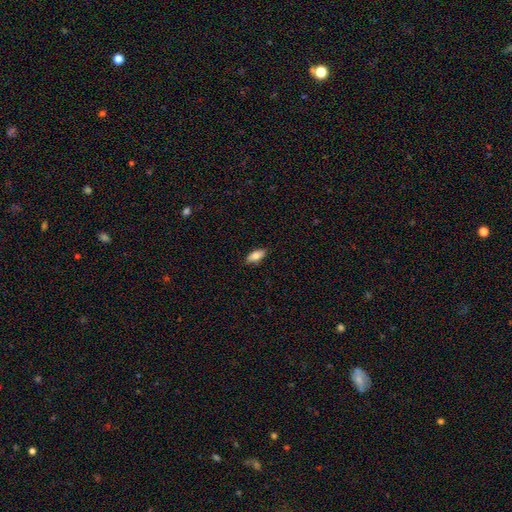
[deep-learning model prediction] Morphology: type=smooth (79%); roundness=in between (84%); merging=none (87%).